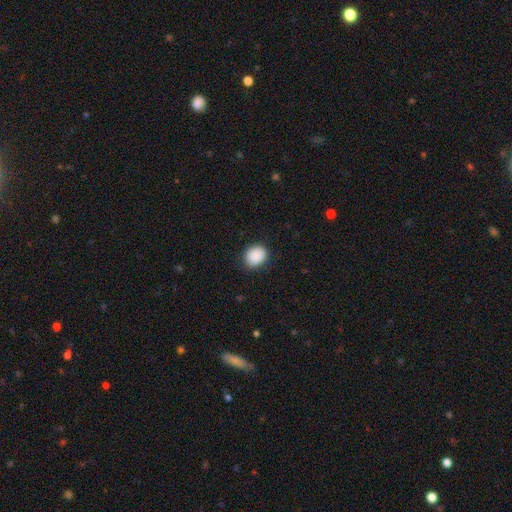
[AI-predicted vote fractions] Smooth or featured? Predicted: smooth (p=0.89). How rounded? Predicted: round (p=0.56). Merging? Predicted: none (p=0.85).